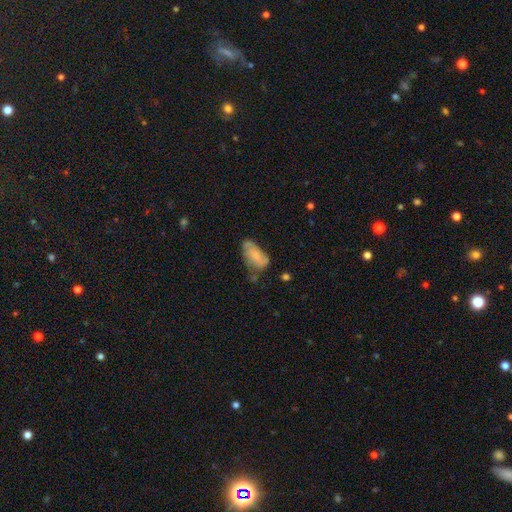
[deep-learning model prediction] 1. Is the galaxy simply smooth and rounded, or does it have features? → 64% smooth, 28% featured or disk, 8% star or artifact.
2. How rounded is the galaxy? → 91% in between, 6% cigar-shaped, 3% round.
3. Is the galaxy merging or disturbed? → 42% none, 36% minor disturbance, 16% major disturbance, 7% merger.